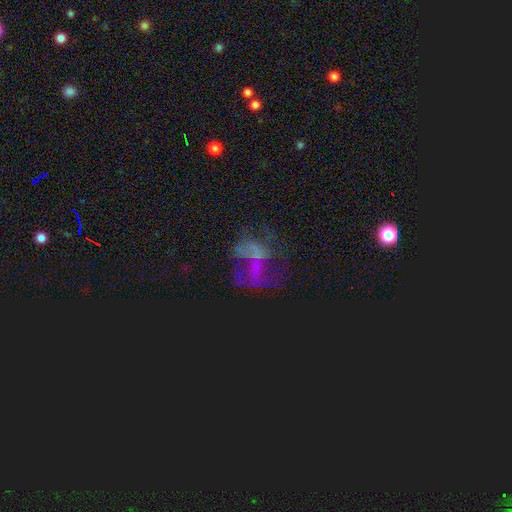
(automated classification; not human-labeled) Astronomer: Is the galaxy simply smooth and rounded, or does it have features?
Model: featured or disk — 51% (runner-up: star or artifact, 29%).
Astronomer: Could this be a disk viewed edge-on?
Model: no — 97%.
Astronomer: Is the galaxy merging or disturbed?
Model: major disturbance — 39% (runner-up: none, 36%).